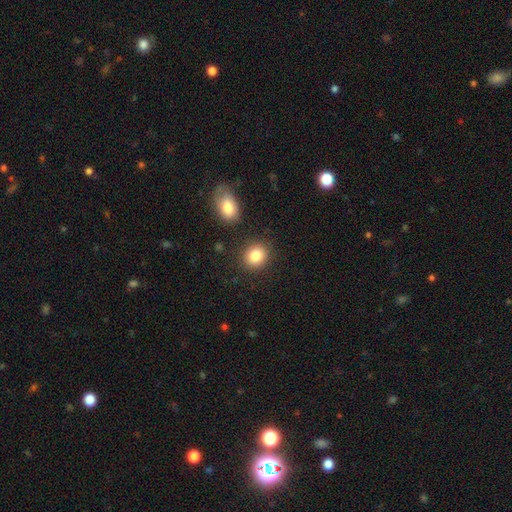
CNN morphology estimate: smooth-or-featured: smooth: 84% | star or artifact: 9% | featured or disk: 6%
  how-rounded: round: 72% | in between: 27% | cigar-shaped: 1%
  merging: none: 85% | minor disturbance: 8% | merger: 5% | major disturbance: 3%